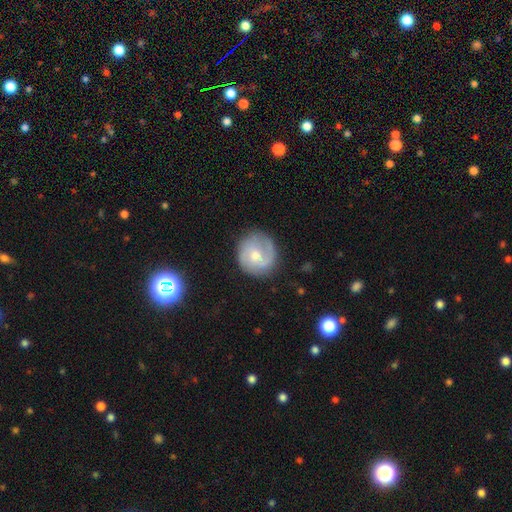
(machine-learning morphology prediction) A featured or disk galaxy (60%) with no bar (55%), spiral arms (84%) and a moderate central bulge (58%).

Vote fractions:
- Smooth or featured? featured or disk: 60% / smooth: 33% / star or artifact: 7%
- Edge-on disk? no: 98% / yes: 2%
- Bar? no: 55% / weak: 39% / strong: 6%
- Spiral arms? yes: 84% / no: 16%
- Bulge size? moderate: 58% / small: 35% / large: 4% / none: 2% / dominant: 1%
- Merging? none: 76% / minor disturbance: 16% / major disturbance: 6% / merger: 2%